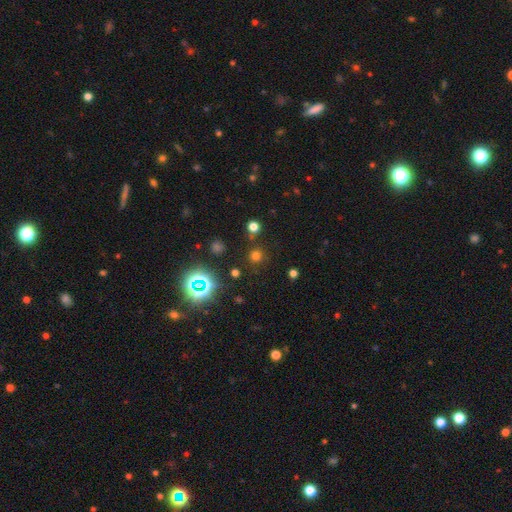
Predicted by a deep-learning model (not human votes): A smooth galaxy with no disk features (63%) that is round (94%). Merging: none (85%).